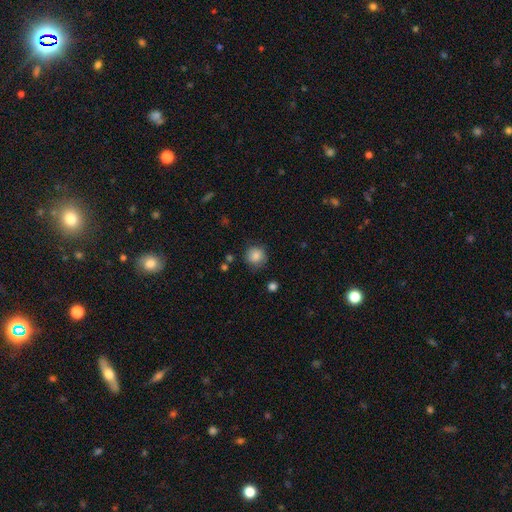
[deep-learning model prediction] This is clearly a smooth galaxy (85%). How rounded: clearly round (91%). Merging: likely none (80%).